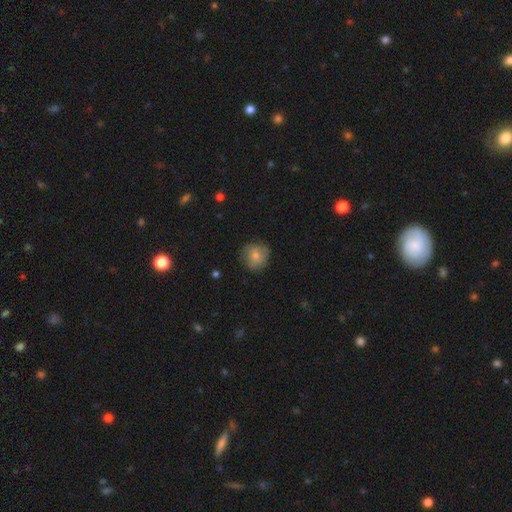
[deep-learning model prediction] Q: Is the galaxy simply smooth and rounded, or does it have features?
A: smooth — 74%.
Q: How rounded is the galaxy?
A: round — 87%.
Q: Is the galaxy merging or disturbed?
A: none — 73%.